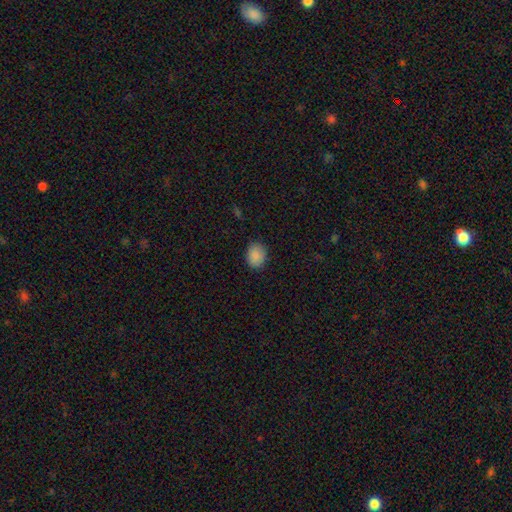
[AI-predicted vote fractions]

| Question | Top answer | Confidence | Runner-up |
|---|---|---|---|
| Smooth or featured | smooth | 88% | star or artifact (9%) |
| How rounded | in between | 54% | round (45%) |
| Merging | none | 87% | minor disturbance (10%) |